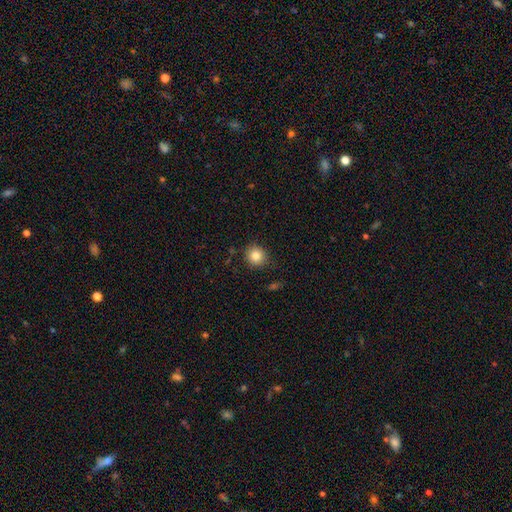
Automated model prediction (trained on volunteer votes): smooth 83%, star or artifact 10%, featured or disk 6%. Down the decision tree: how rounded — round (90%); merging — none (86%).